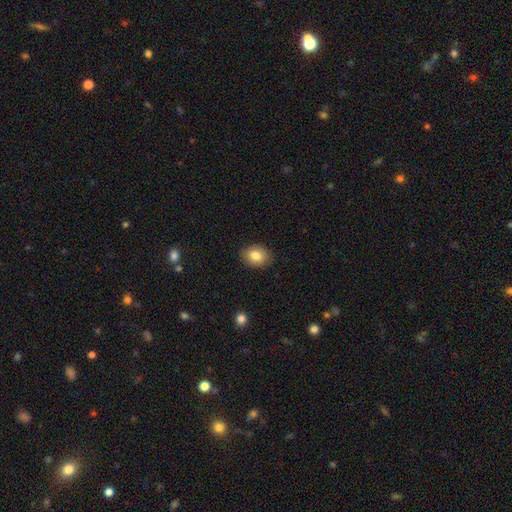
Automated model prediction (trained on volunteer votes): This is clearly a smooth galaxy (81%). How rounded: possibly in between (57%). Merging: clearly none (89%).